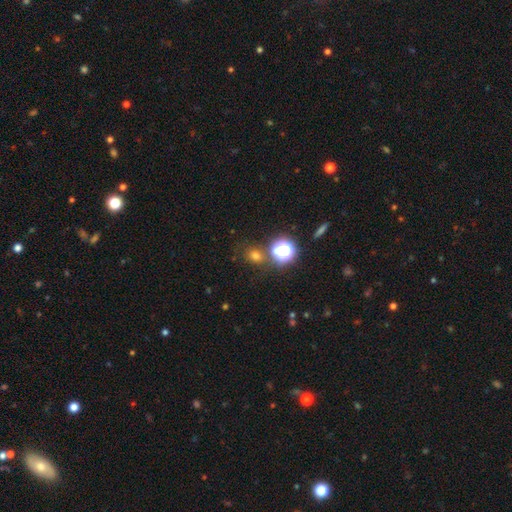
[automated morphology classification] This appears to be a smooth galaxy with no disk features (65%) that is round (78%). Merging: none (77%).